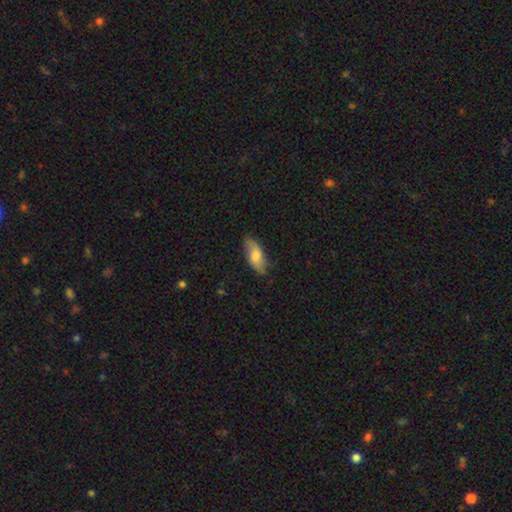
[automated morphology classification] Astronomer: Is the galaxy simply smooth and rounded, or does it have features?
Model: smooth — 65%.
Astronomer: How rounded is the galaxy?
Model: in between — 84%.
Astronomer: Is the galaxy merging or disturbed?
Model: none — 78%.